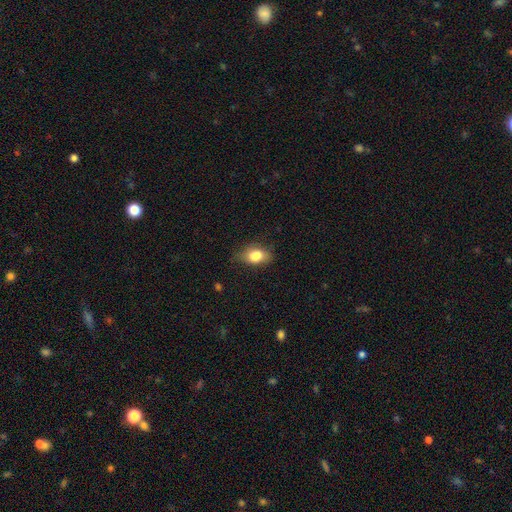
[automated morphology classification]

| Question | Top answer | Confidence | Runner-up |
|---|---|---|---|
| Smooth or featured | smooth | 80% | featured or disk (12%) |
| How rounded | in between | 82% | round (15%) |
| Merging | none | 59% | minor disturbance (30%) |